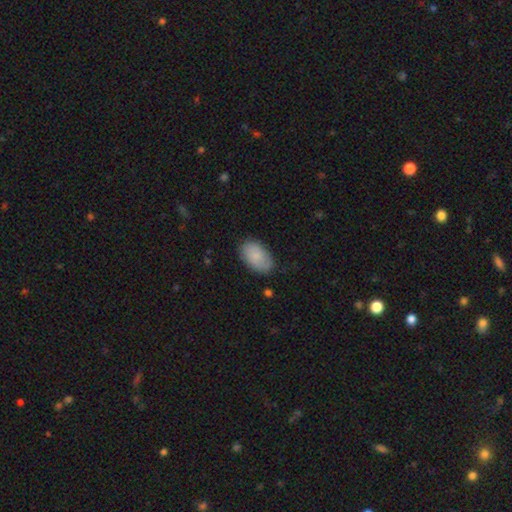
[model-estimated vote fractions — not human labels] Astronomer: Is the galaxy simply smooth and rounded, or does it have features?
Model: smooth — 83%.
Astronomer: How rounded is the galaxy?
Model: in between — 93%.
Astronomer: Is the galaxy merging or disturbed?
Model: none — 80%.